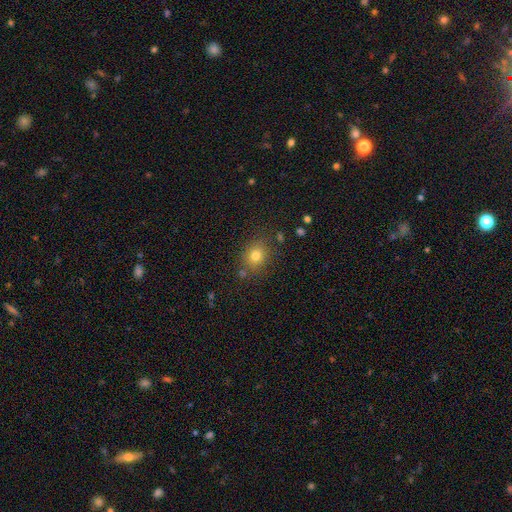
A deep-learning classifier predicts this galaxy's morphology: This is likely a smooth galaxy (77%). How rounded: likely round (70%). Merging: likely none (79%).